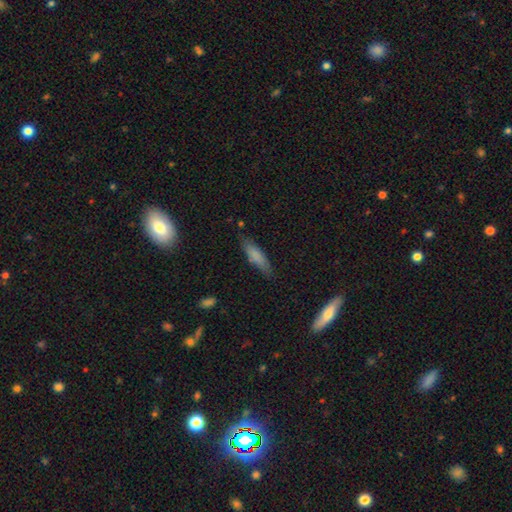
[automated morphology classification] Smooth or featured?
  - smooth: 79% *
  - featured or disk: 14%
  - star or artifact: 7%
How rounded?
  - cigar-shaped: 65% *
  - in between: 33%
  - round: 2%
Merging?
  - none: 78% *
  - minor disturbance: 17%
  - major disturbance: 3%
  - merger: 2%